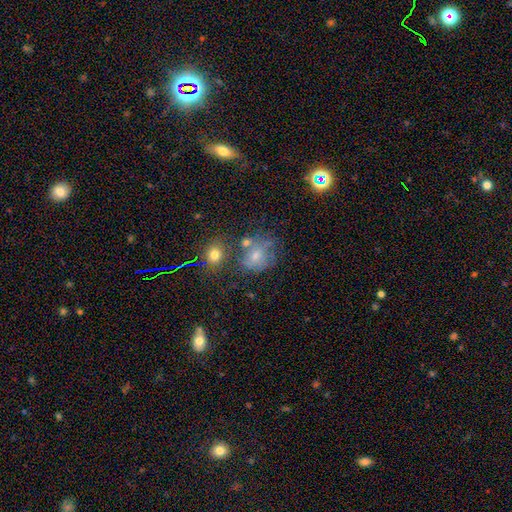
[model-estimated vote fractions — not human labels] The model was most divided on "smooth or featured": smooth: 40%, featured or disk: 34%, star or artifact: 26%. More confident: merging — none (52%).